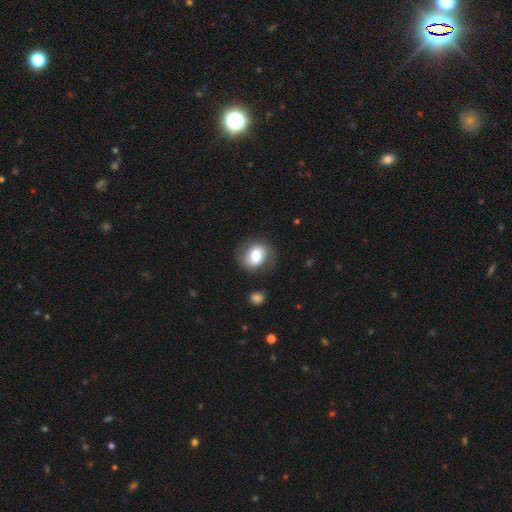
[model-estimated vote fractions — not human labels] Morphology: type=smooth (67%); roundness=round (53%); merging=none (75%).